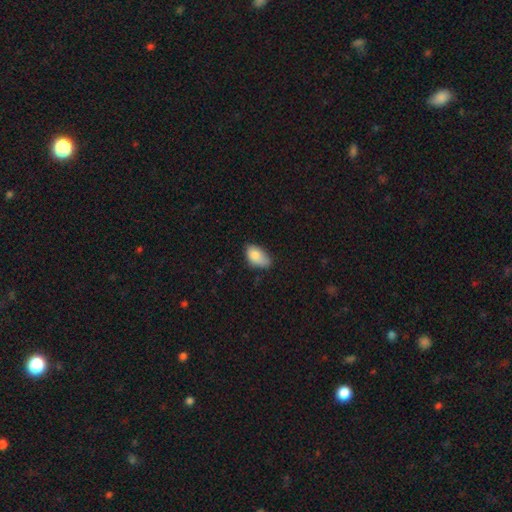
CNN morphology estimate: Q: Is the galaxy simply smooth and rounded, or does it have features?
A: smooth — 83%.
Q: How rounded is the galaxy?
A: in between — 93%.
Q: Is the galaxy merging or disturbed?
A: none — 53%.